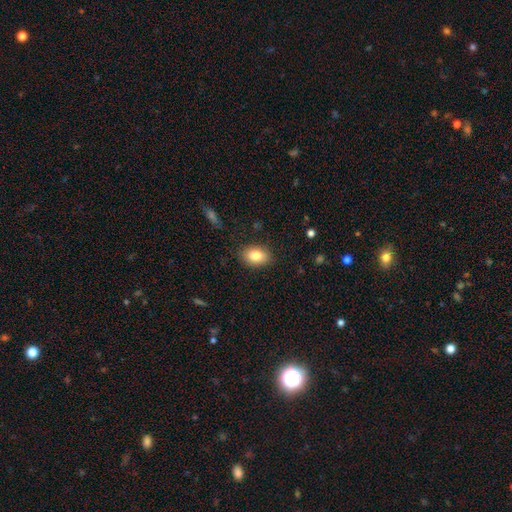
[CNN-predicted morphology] Smooth or featured: smooth — 83% (featured or disk — 9%)
How rounded: in between — 83% (round — 16%)
Merging: none — 86% (minor disturbance — 10%)